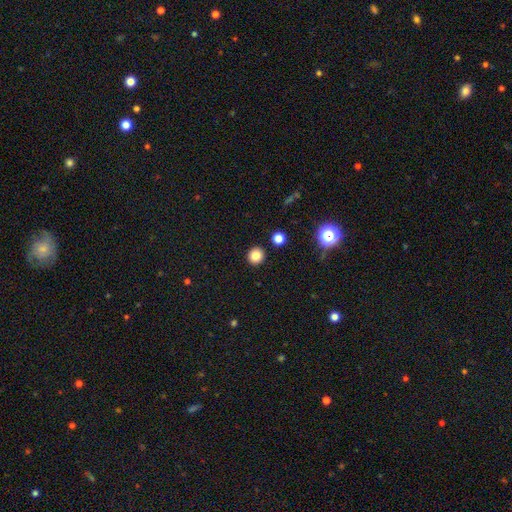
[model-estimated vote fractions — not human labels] The model was most divided on "smooth or featured": smooth: 84%, star or artifact: 12%, featured or disk: 4%. More confident: how rounded — round (91%); merging — none (91%).